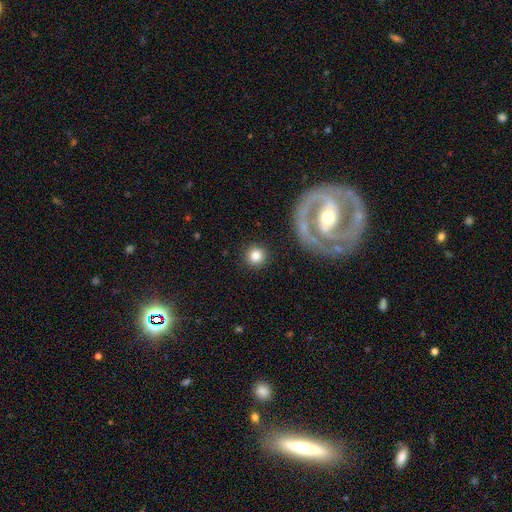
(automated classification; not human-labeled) Morphology: type=smooth (80%); roundness=round (94%); merging=none (90%).